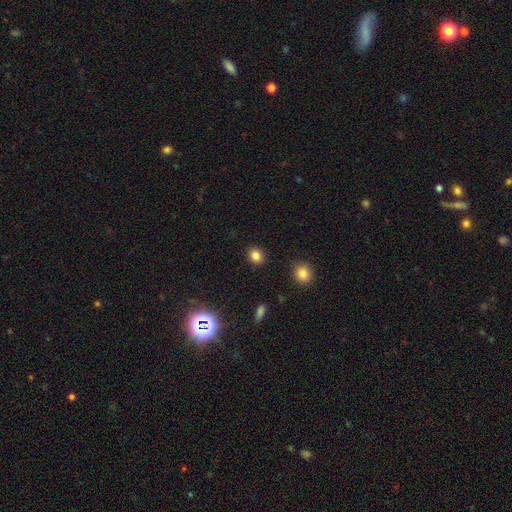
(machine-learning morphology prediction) Smooth or featured? smooth (84%)
How rounded? round (66%)
Merging? none (90%)